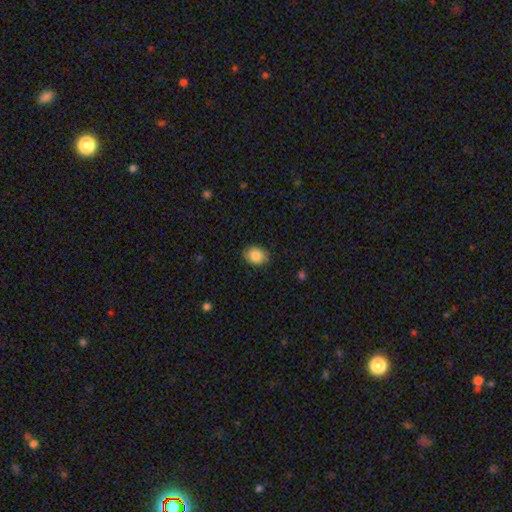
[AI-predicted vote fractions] Overall: smooth (87%). How rounded: in between (51%; round 48%). Merging: none (88%).